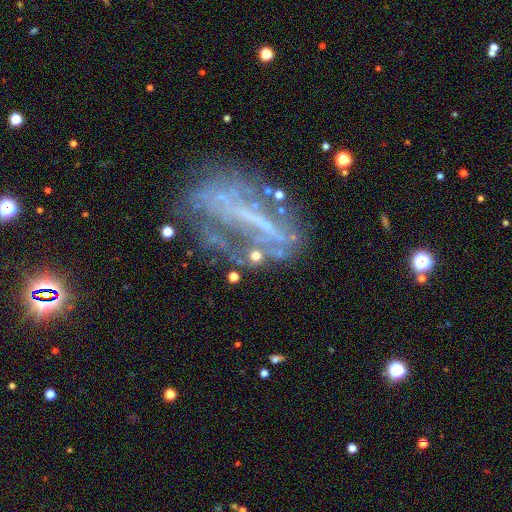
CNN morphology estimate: The model was most divided on "merging": none: 52%, major disturbance: 21%, minor disturbance: 18%, merger: 9%. More confident: edge-on disk — no (80%); smooth or featured — featured or disk (55%).